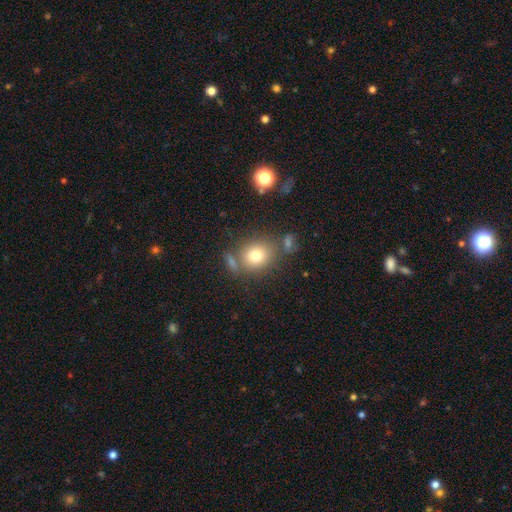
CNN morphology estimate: Smooth or featured?
  - smooth: 76% *
  - star or artifact: 12%
  - featured or disk: 12%
How rounded?
  - round: 69% *
  - in between: 30%
  - cigar-shaped: 1%
Merging?
  - none: 68% *
  - merger: 14%
  - minor disturbance: 13%
  - major disturbance: 5%